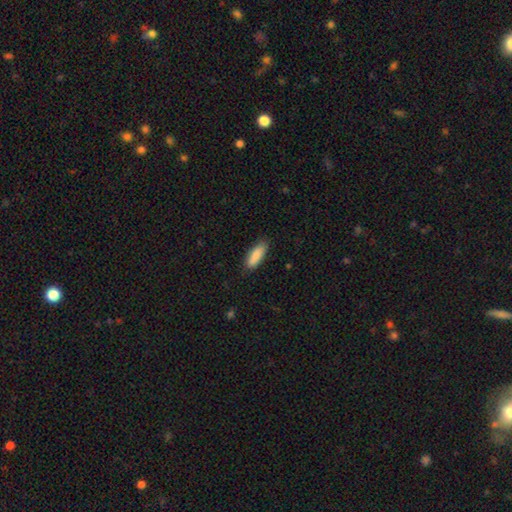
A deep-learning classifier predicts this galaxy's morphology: Overall: smooth (89%). How rounded: in between (60%; cigar-shaped 38%). Merging: none (85%).